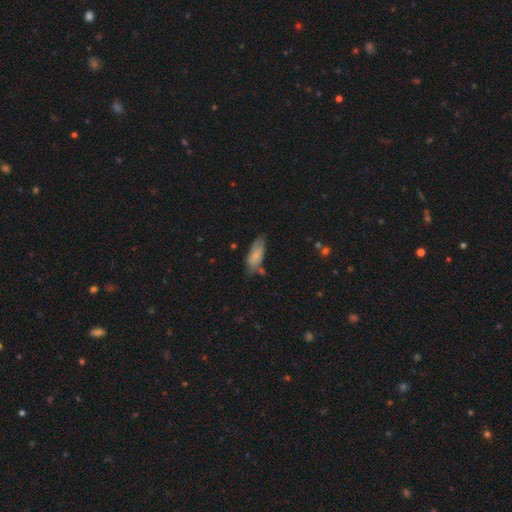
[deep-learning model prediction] Smooth or featured? Predicted: smooth (p=0.70). How rounded? Predicted: in between (p=0.79). Merging? Predicted: none (p=0.58).